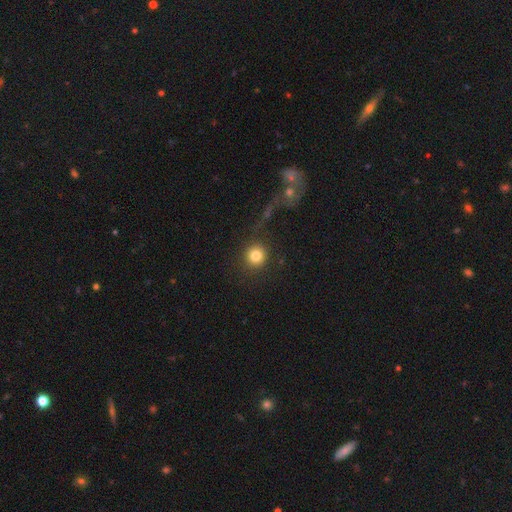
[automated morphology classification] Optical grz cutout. It shows a smooth galaxy with no disk features (83%) that is round (94%). Merging: none (82%).